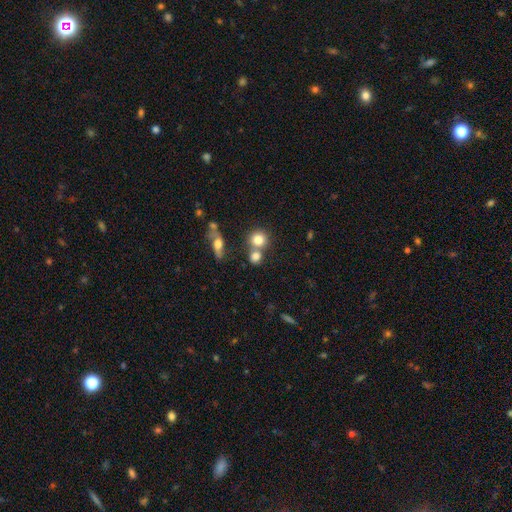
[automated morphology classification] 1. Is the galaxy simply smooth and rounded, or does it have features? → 79% smooth, 11% star or artifact, 10% featured or disk.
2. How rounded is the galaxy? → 79% round, 19% in between, 2% cigar-shaped.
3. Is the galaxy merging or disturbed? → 52% none, 35% merger, 9% minor disturbance, 4% major disturbance.